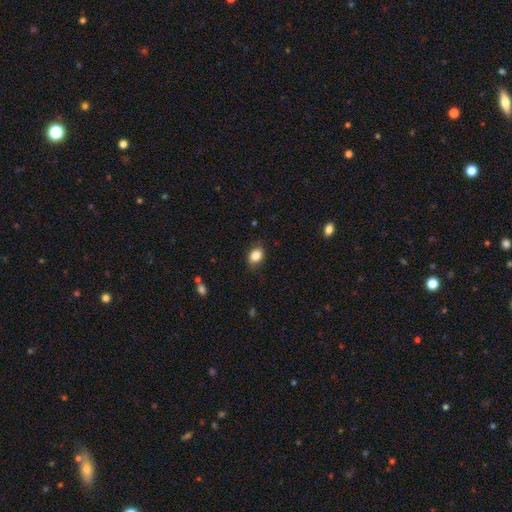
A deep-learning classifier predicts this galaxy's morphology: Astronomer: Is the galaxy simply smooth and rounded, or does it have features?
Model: smooth — 84%.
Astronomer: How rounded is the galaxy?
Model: in between — 56% (runner-up: round, 42%).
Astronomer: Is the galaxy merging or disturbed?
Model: none — 83%.